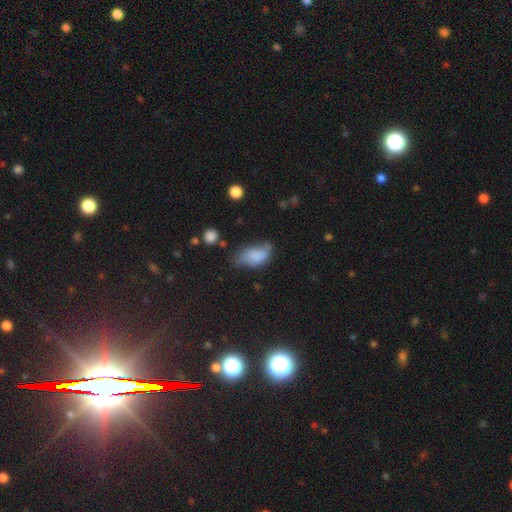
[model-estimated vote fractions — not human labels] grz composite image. It shows a smooth galaxy with no disk features (72%) that is in between round and cigar-shaped (91%). Merging: minor disturbance (38%).